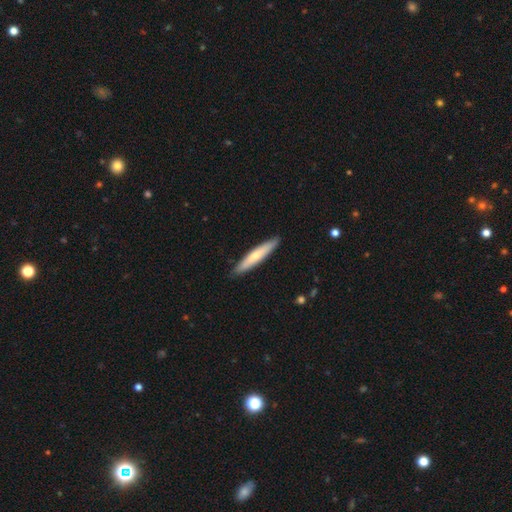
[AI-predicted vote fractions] smooth 61%, featured or disk 34%, star or artifact 5%. Down the decision tree: how rounded — cigar-shaped (91%); merging — none (90%).